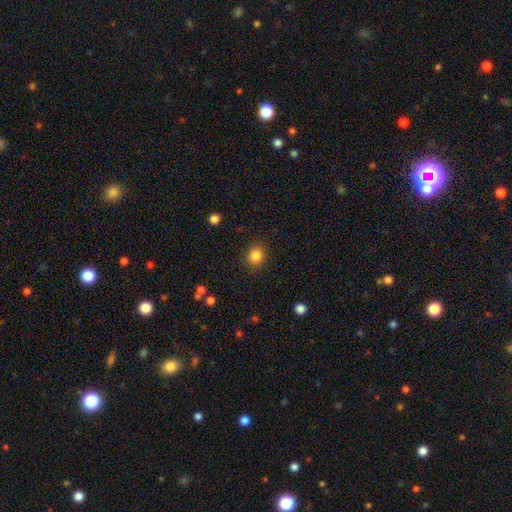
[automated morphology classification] smooth_or_featured: smooth (p=0.86) [alt: star or artifact p=0.10]
how_rounded: round (p=0.84) [alt: in between p=0.15]
merging: none (p=0.88) [alt: minor disturbance p=0.08]